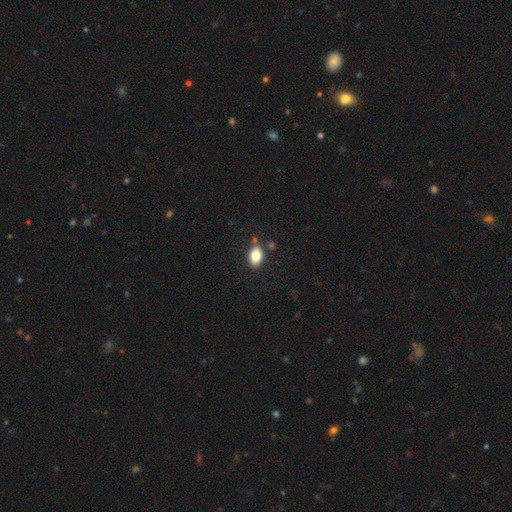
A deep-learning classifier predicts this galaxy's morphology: Smooth or featured? smooth (82%)
How rounded? in between (86%)
Merging? none (79%)